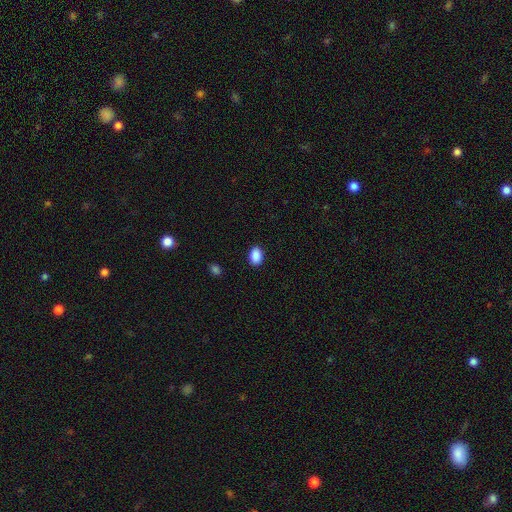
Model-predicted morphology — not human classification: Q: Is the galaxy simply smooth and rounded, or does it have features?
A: smooth — 90%.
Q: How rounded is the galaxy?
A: in between — 85%.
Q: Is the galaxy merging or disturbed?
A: none — 89%.